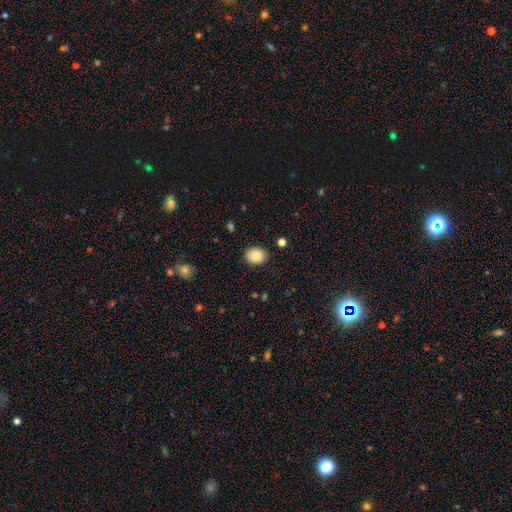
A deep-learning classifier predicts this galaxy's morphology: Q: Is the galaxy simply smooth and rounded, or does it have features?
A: smooth — 87%.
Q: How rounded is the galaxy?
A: round — 52%.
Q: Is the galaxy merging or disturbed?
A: none — 88%.